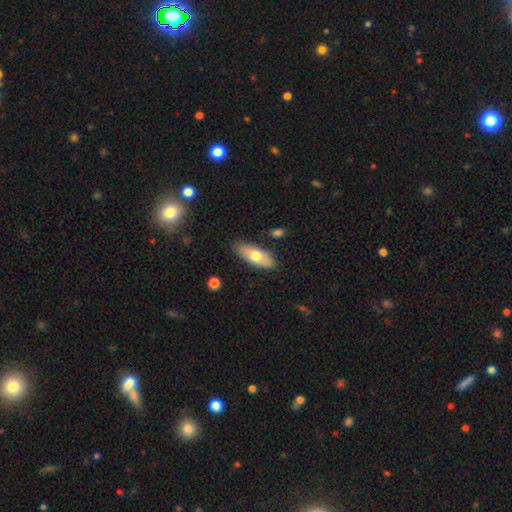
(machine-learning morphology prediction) Q: Smooth or featured?
A: smooth (67%); runner-up: featured or disk (27%)
Q: How rounded?
A: in between (75%); runner-up: cigar-shaped (23%)
Q: Merging?
A: none (85%); runner-up: minor disturbance (11%)